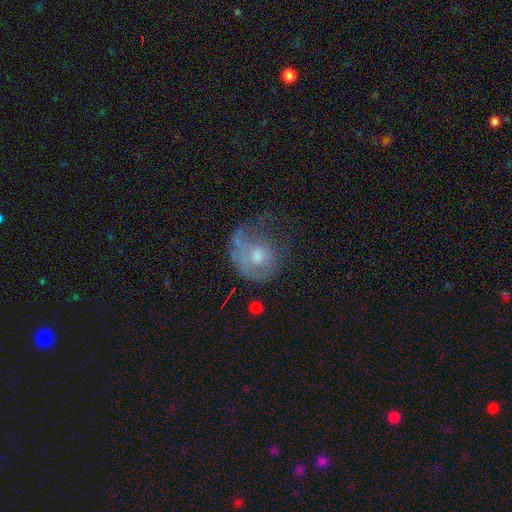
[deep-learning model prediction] Overall: featured or disk (48%; smooth 43%). Merging: major disturbance (47%; none 28%).